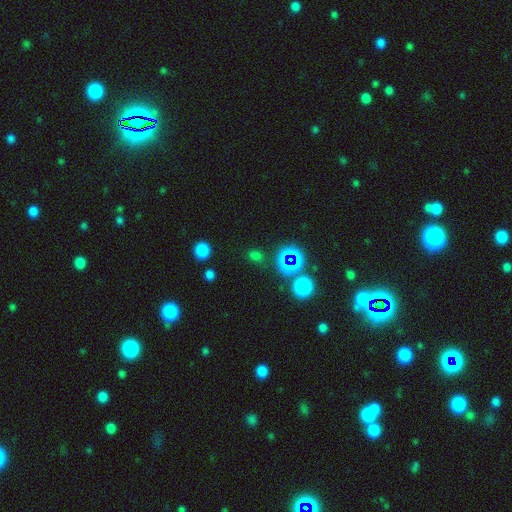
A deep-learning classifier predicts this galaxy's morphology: Smooth or featured? smooth (50%)
Merging? none (76%)